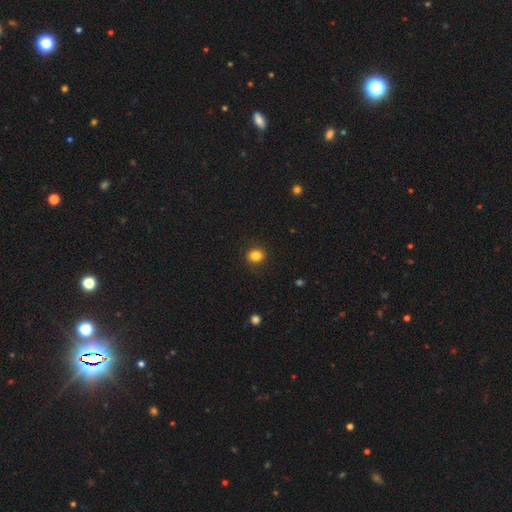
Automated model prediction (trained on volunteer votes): A smooth galaxy with no disk features (84%) that is round (74%).

Vote fractions:
- Smooth or featured? smooth: 84% / star or artifact: 11% / featured or disk: 5%
- How rounded? round: 74% / in between: 25% / cigar-shaped: 1%
- Merging? none: 90% / minor disturbance: 7% / major disturbance: 2% / merger: 1%